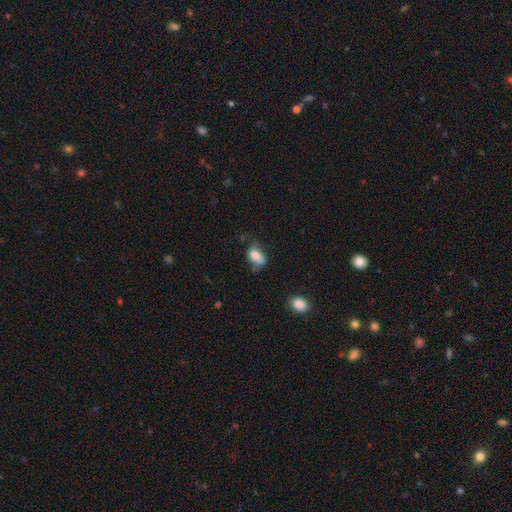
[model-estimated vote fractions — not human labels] smooth-or-featured: smooth: 77% | featured or disk: 15% | star or artifact: 9%
  how-rounded: in between: 87% | round: 9% | cigar-shaped: 4%
  merging: none: 44% | minor disturbance: 35% | major disturbance: 16% | merger: 6%